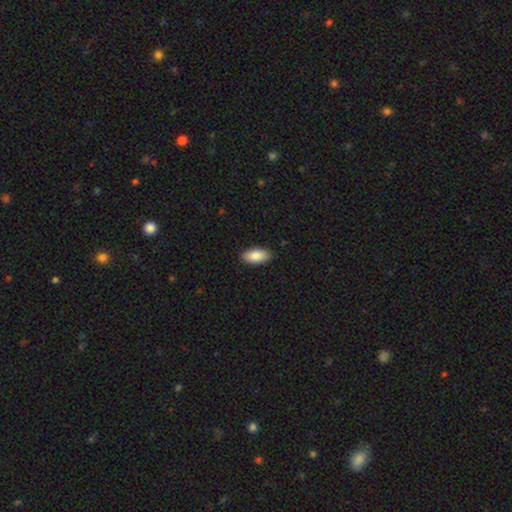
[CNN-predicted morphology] smooth_or_featured: smooth (p=0.86) [alt: featured or disk p=0.08]
how_rounded: in between (p=0.91) [alt: cigar-shaped p=0.07]
merging: none (p=0.89) [alt: minor disturbance p=0.08]